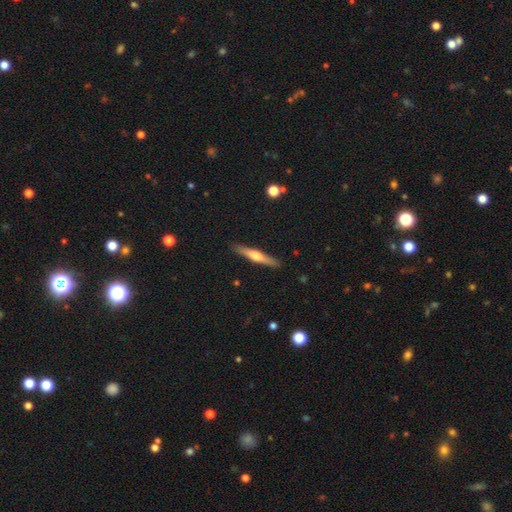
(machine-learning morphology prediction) This appears to be a featured or disk galaxy (56%) viewed edge-on (96%) with a rounded central bulge (88%). Merging: none (90%).